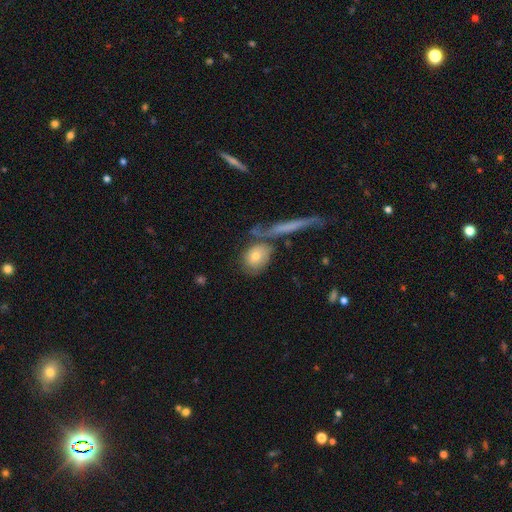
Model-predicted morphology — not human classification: smooth_or_featured: smooth (p=0.68) [alt: featured or disk p=0.23]
how_rounded: round (p=0.49) [alt: in between p=0.41]
merging: none (p=0.57) [alt: merger p=0.21]